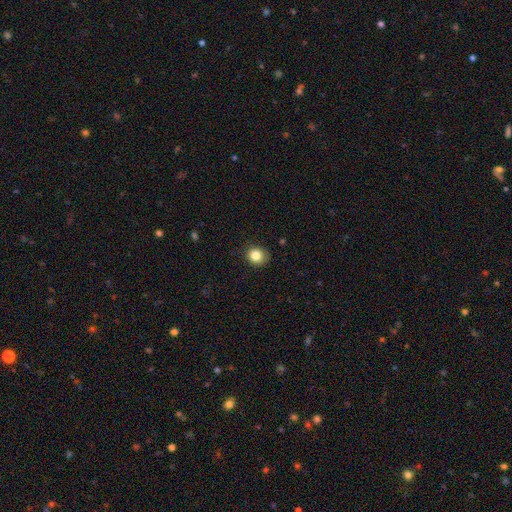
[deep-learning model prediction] Overall: smooth (84%). How rounded: round (81%). Merging: none (83%).